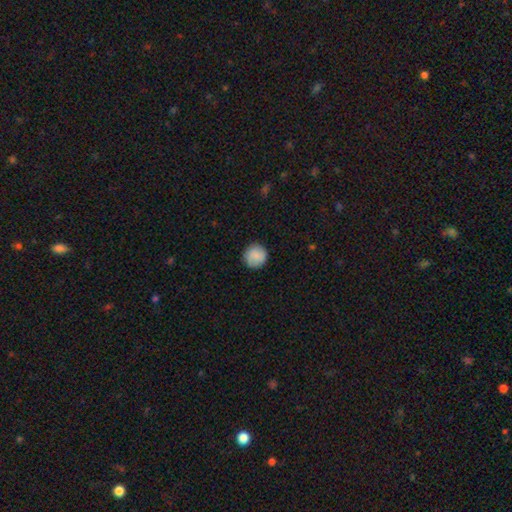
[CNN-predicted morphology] Overall: smooth (84%). How rounded: round (94%). Merging: none (89%).